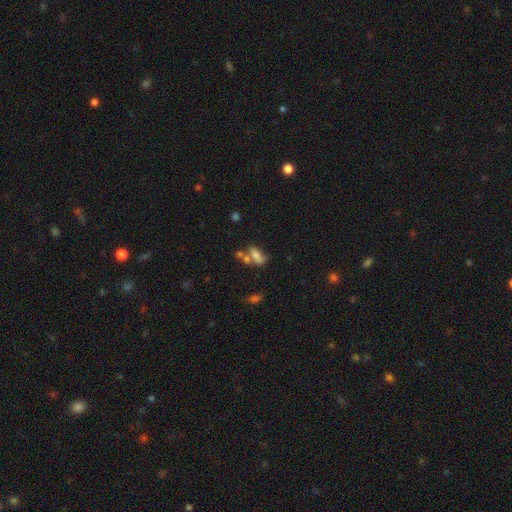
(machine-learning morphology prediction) type=smooth (60%); roundness=in between (75%); merging=merger (39%).